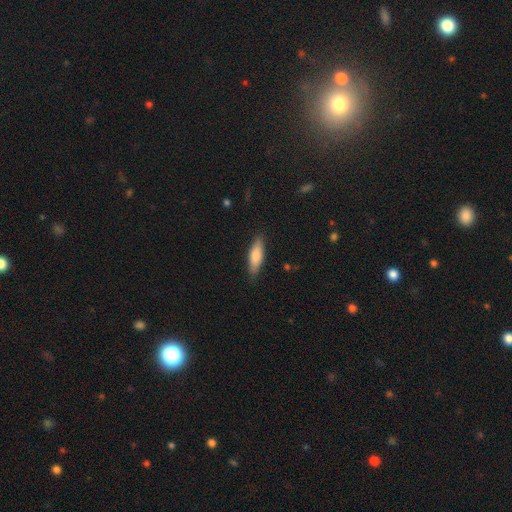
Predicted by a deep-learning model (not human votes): Q: Smooth or featured?
A: smooth (81%); runner-up: featured or disk (14%)
Q: How rounded?
A: in between (50%); runner-up: cigar-shaped (49%)
Q: Merging?
A: none (86%); runner-up: minor disturbance (11%)